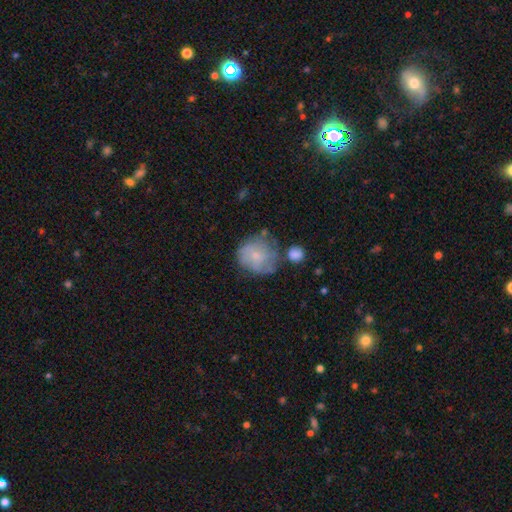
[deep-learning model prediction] Smooth or featured? smooth (56%)
How rounded? round (81%)
Merging? none (50%)